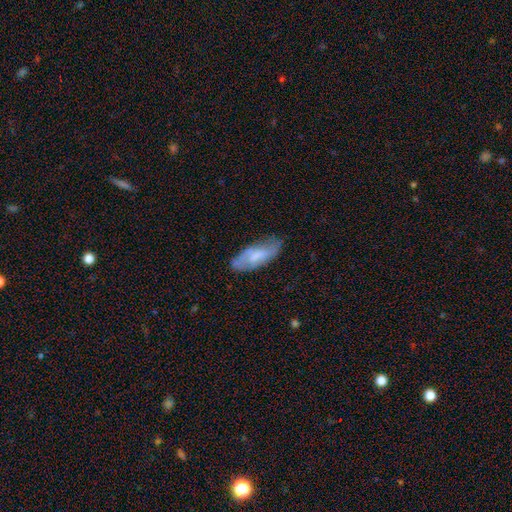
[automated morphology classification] Smooth or featured?
  - smooth: 56% *
  - featured or disk: 37%
  - star or artifact: 7%
How rounded?
  - in between: 75% *
  - cigar-shaped: 23%
  - round: 2%
Merging?
  - none: 66% *
  - minor disturbance: 25%
  - major disturbance: 7%
  - merger: 2%